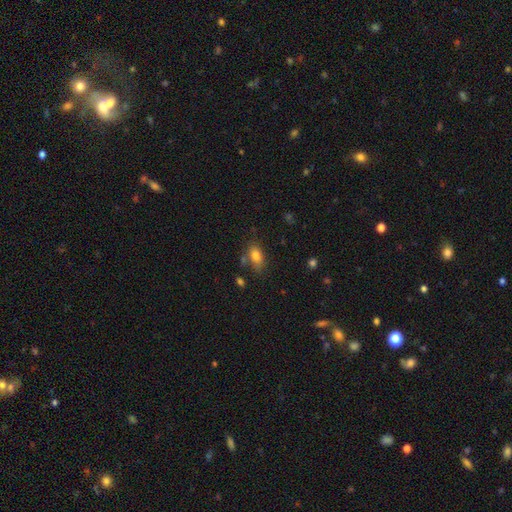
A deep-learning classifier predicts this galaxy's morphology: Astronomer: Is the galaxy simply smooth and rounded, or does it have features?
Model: smooth — 80%.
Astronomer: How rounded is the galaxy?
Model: in between — 86%.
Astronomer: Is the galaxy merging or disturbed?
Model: none — 69%.